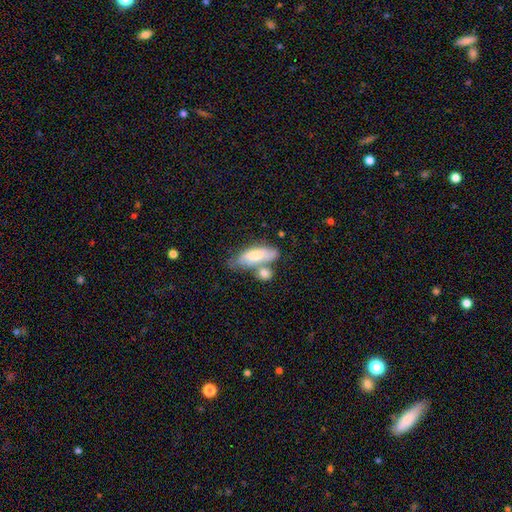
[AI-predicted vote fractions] smooth_or_featured: smooth (p=0.68) [alt: featured or disk p=0.26]
how_rounded: in between (p=0.68) [alt: cigar-shaped p=0.30]
merging: none (p=0.38) [alt: merger p=0.34]